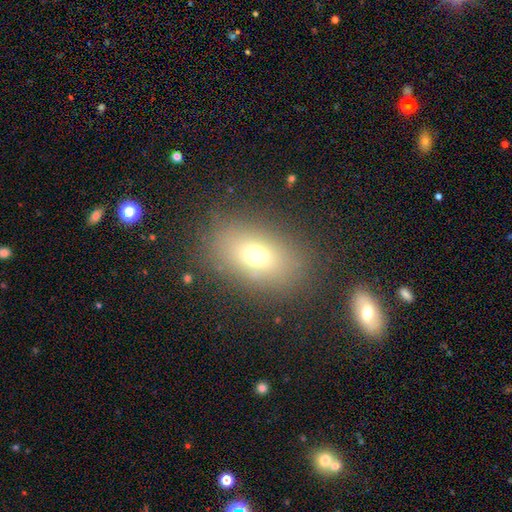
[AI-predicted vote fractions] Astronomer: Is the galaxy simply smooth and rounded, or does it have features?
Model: smooth — 70%.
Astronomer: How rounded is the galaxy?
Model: in between — 82%.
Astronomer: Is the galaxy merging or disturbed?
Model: none — 81%.